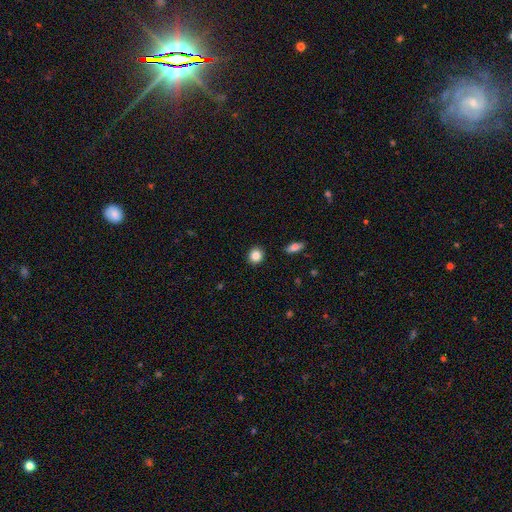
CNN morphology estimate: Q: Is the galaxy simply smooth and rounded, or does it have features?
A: smooth — 86%.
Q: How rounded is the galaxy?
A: round — 85%.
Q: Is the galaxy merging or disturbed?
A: none — 91%.